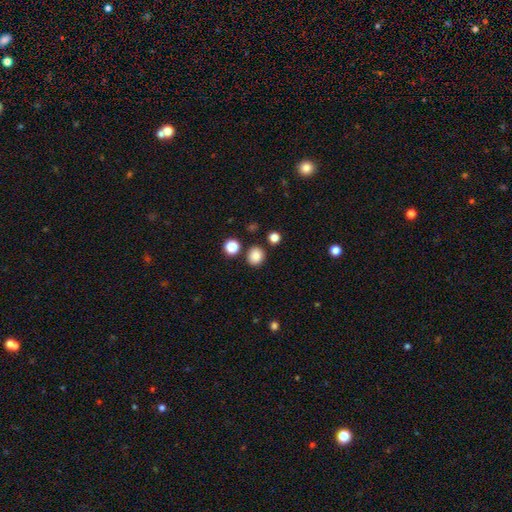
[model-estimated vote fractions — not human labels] Overall: smooth (85%). How rounded: round (78%). Merging: none (85%).